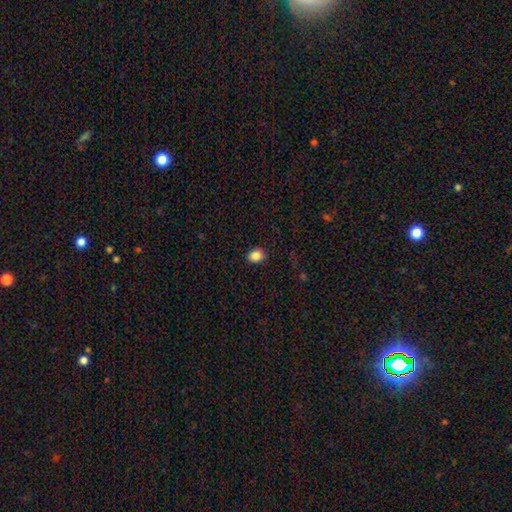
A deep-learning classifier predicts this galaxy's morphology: Smooth or featured? smooth (85%)
How rounded? round (54%)
Merging? none (89%)